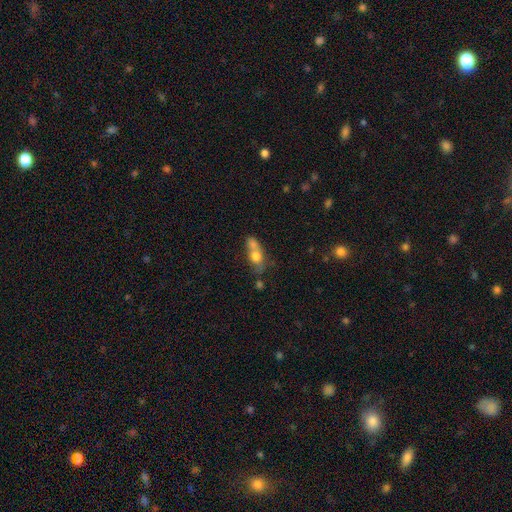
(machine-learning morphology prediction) smooth 67%, featured or disk 23%, star or artifact 11%. Down the decision tree: how rounded — in between (54%); merging — merger (55%).